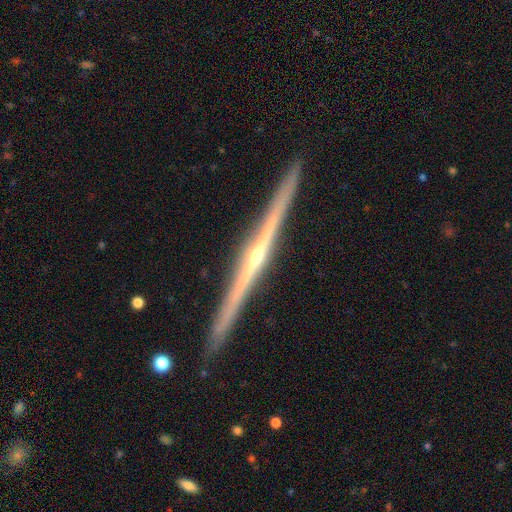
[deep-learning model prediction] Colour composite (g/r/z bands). It shows a featured or disk galaxy (89%) viewed edge-on (99%) with a rounded central bulge (79%). Merging: none (93%).